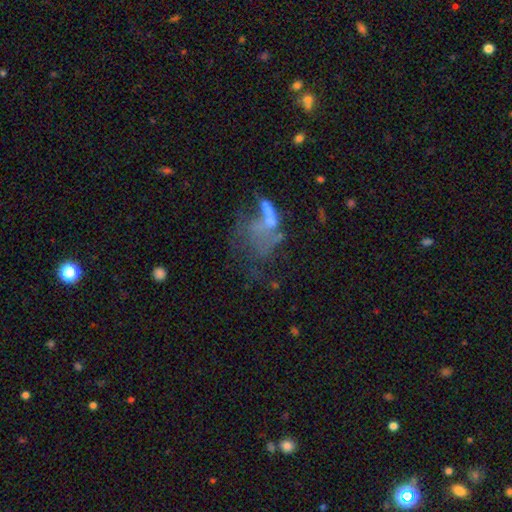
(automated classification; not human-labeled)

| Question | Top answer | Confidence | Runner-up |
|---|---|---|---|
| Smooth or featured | featured or disk | 48% | smooth (27%) |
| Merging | major disturbance | 40% | none (25%) |